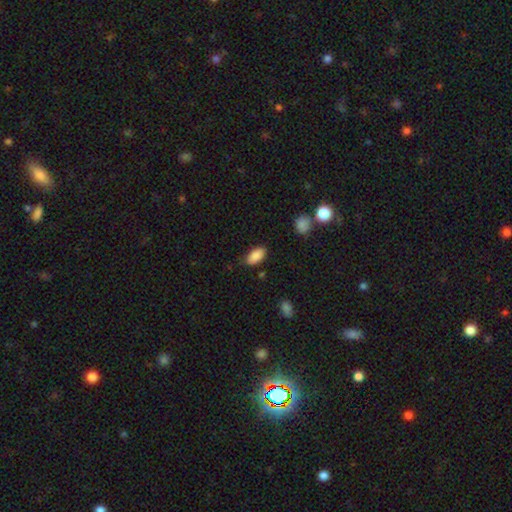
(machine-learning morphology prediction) A smooth galaxy with no disk features (87%) that is in between round and cigar-shaped (94%).

Vote fractions:
- Smooth or featured? smooth: 87% / star or artifact: 7% / featured or disk: 5%
- How rounded? in between: 94% / cigar-shaped: 4% / round: 3%
- Merging? none: 79% / minor disturbance: 16% / major disturbance: 3% / merger: 2%